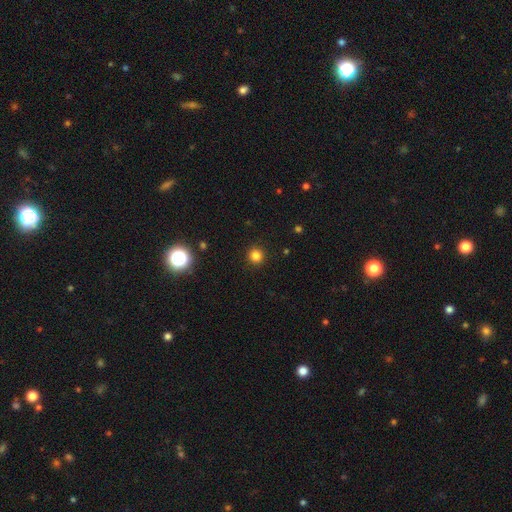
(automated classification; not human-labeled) Smooth or featured: smooth — 81% (star or artifact — 15%)
How rounded: round — 94% (in between — 5%)
Merging: none — 92% (minor disturbance — 5%)